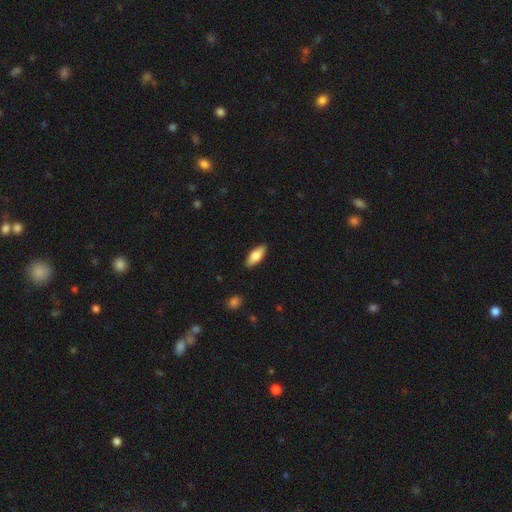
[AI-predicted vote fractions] Smooth or featured? smooth (76%)
How rounded? in between (75%)
Merging? none (88%)